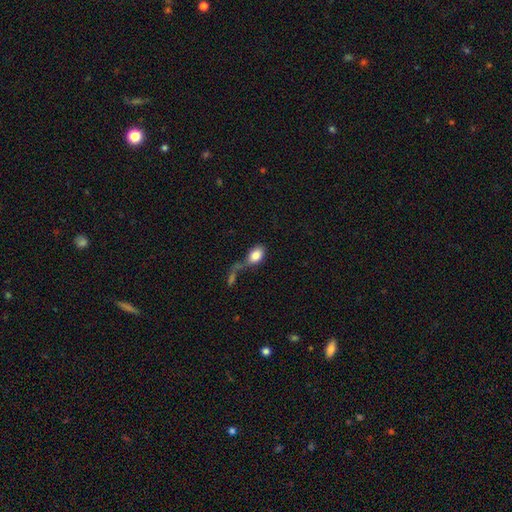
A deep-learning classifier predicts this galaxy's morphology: Smooth or featured? smooth (83%)
How rounded? in between (86%)
Merging? merger (33%)